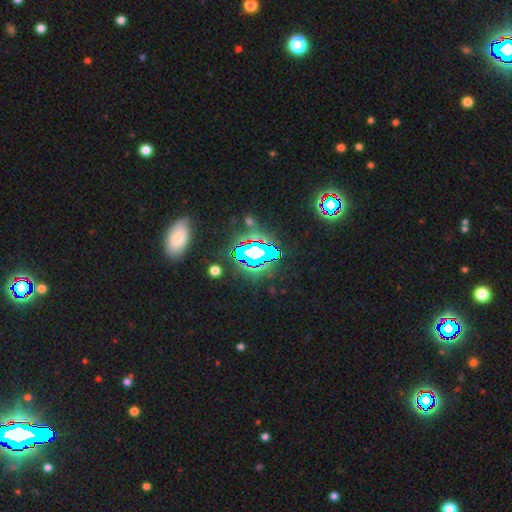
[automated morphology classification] Smooth or featured: star or artifact — 71% (smooth — 15%)